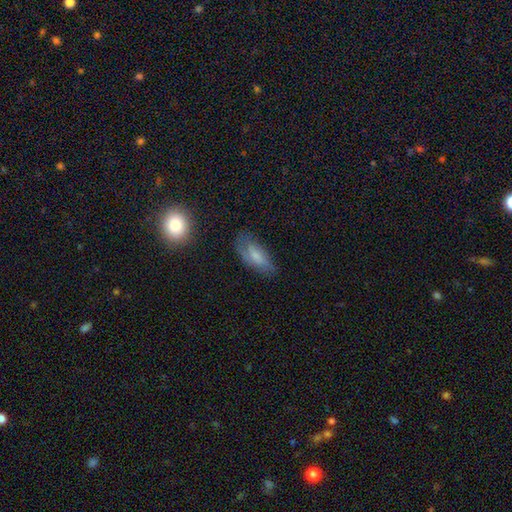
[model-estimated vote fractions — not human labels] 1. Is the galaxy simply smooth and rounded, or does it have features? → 66% smooth, 25% featured or disk, 9% star or artifact.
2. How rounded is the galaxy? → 82% in between, 15% cigar-shaped, 3% round.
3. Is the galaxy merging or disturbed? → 64% none, 26% minor disturbance, 8% major disturbance, 2% merger.